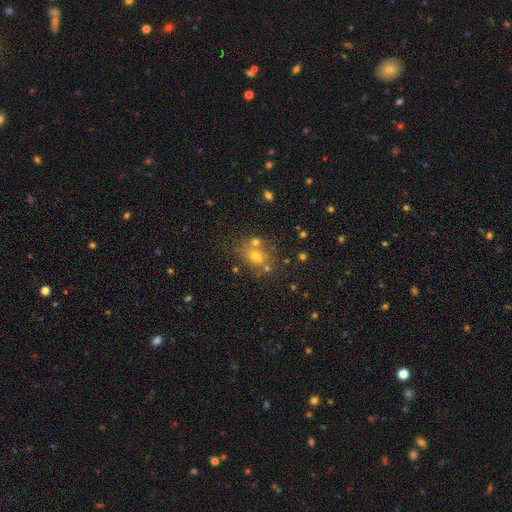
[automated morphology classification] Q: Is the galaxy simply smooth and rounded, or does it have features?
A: smooth — 54%.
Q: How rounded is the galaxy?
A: round — 54%.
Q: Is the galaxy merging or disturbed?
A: none — 57%.